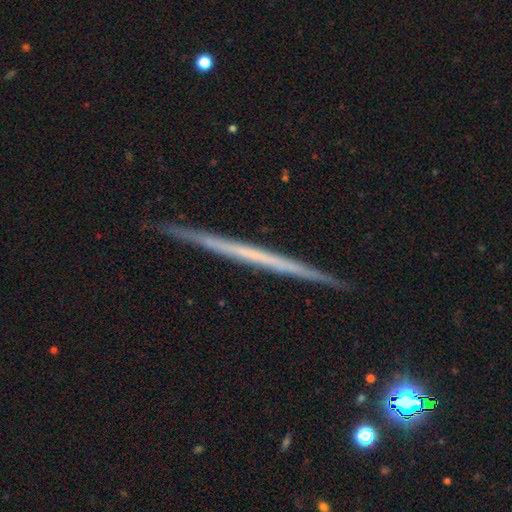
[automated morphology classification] Q: Smooth or featured?
A: featured or disk (64%); runner-up: smooth (28%)
Q: Edge-on disk?
A: yes (98%); runner-up: no (2%)
Q: Edge-on bulge?
A: none (94%); runner-up: rounded (4%)
Q: Merging?
A: none (91%); runner-up: minor disturbance (7%)